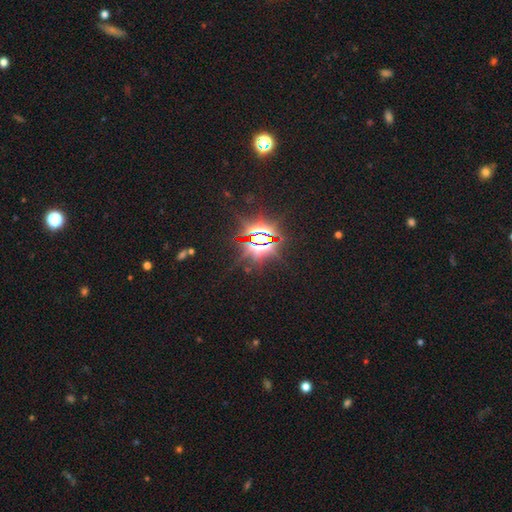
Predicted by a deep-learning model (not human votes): Smooth or featured? star or artifact (86%)